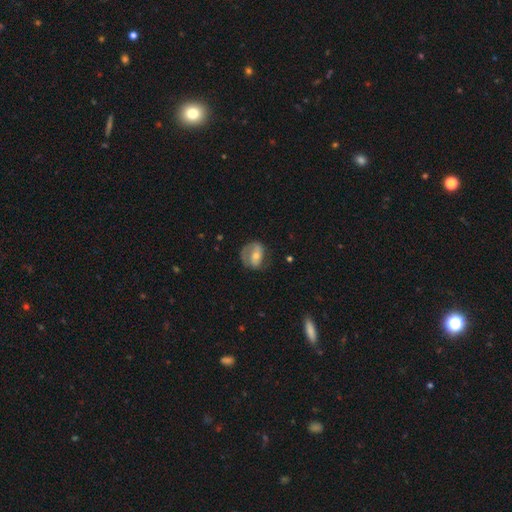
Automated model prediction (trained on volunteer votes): smooth_or_featured: featured or disk (p=0.53) [alt: smooth p=0.40]
disk_edge_on: no (p=0.95) [alt: yes p=0.05]
bar: no (p=0.43) [alt: weak p=0.34]
has_spiral_arms: yes (p=0.67) [alt: no p=0.33]
bulge_size: moderate (p=0.52) [alt: small p=0.41]
merging: none (p=0.53) [alt: minor disturbance p=0.26]